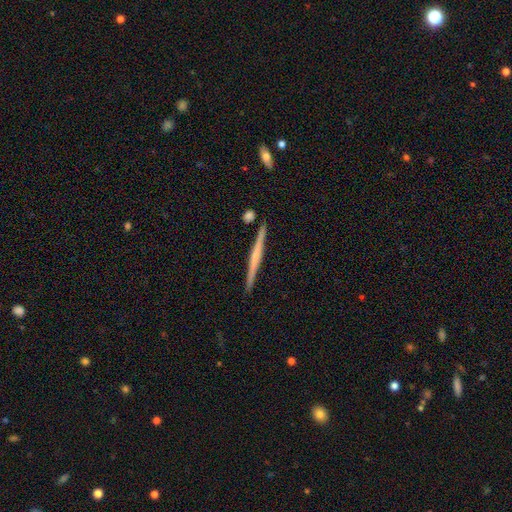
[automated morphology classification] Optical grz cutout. It shows a featured or disk galaxy (63%) viewed edge-on (98%) with no central bulge (55%). Merging: none (91%).